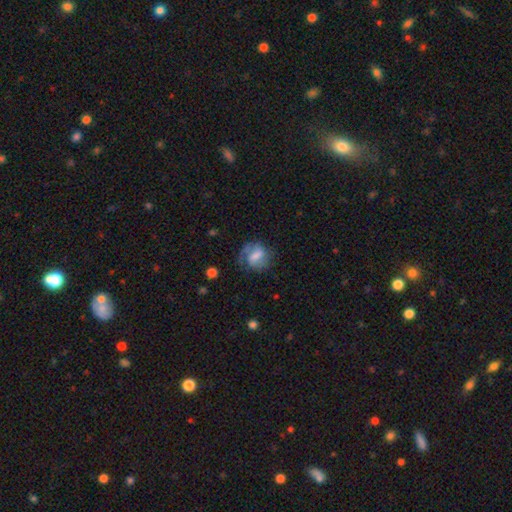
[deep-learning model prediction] Smooth or featured: featured or disk — 55% (smooth — 38%)
Edge-on disk: no — 96% (yes — 4%)
Bar: weak — 45% (strong — 34%)
Spiral arms: yes — 82% (no — 18%)
Bulge size: moderate — 30% (none — 27%)
Merging: none — 54% (minor disturbance — 24%)